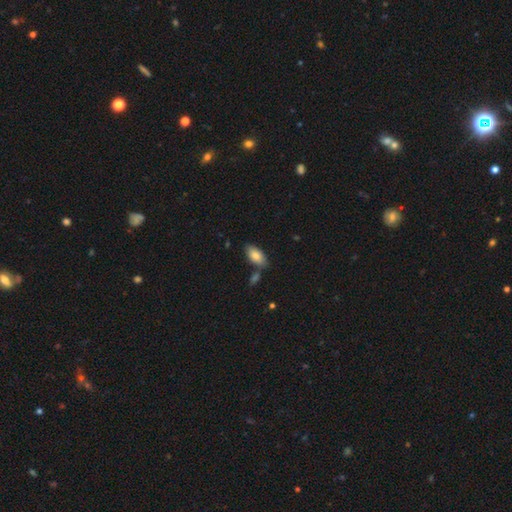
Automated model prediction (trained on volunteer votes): This appears to be a smooth galaxy with no disk features (85%) that is in between round and cigar-shaped (92%). Merging: none (74%).